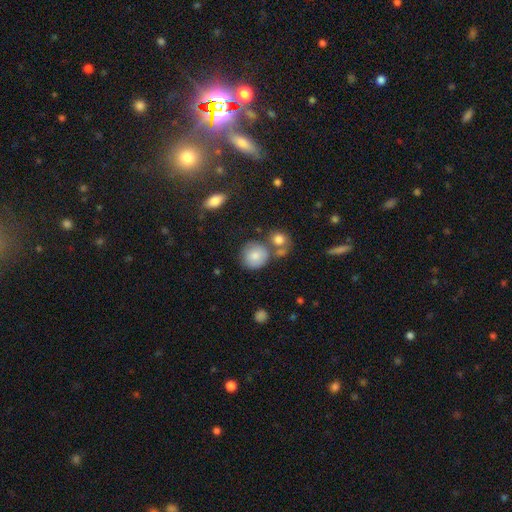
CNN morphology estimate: Q: Smooth or featured?
A: smooth (81%); runner-up: featured or disk (10%)
Q: How rounded?
A: round (88%); runner-up: in between (11%)
Q: Merging?
A: none (63%); runner-up: merger (19%)